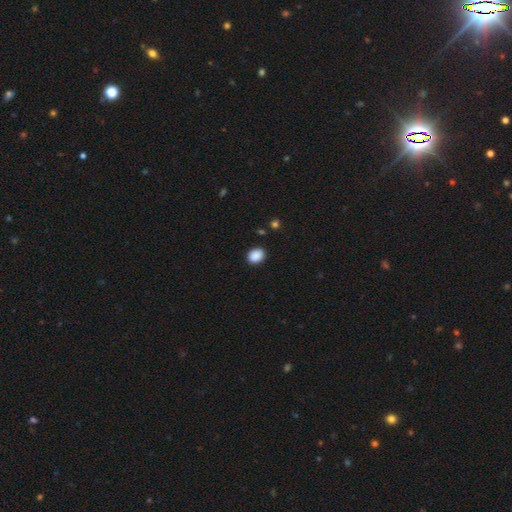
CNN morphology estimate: Q: Smooth or featured?
A: smooth (89%); runner-up: star or artifact (8%)
Q: How rounded?
A: in between (55%); runner-up: round (44%)
Q: Merging?
A: none (89%); runner-up: minor disturbance (8%)